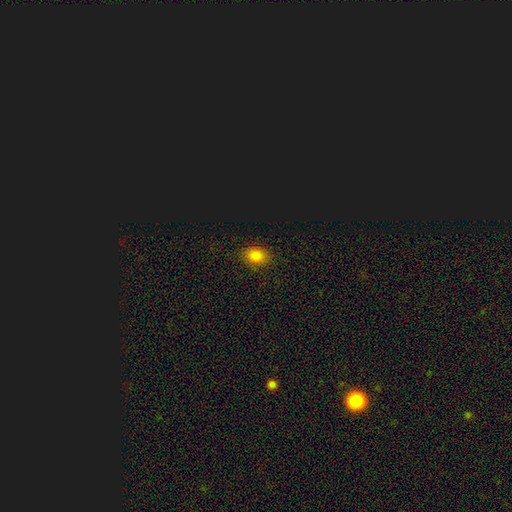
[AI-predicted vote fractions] A smooth galaxy with no disk features (79%) that is in between round and cigar-shaped (68%).

Vote fractions:
- Smooth or featured? smooth: 79% / star or artifact: 15% / featured or disk: 5%
- How rounded? in between: 68% / round: 31% / cigar-shaped: 1%
- Merging? none: 85% / minor disturbance: 11% / major disturbance: 3% / merger: 1%